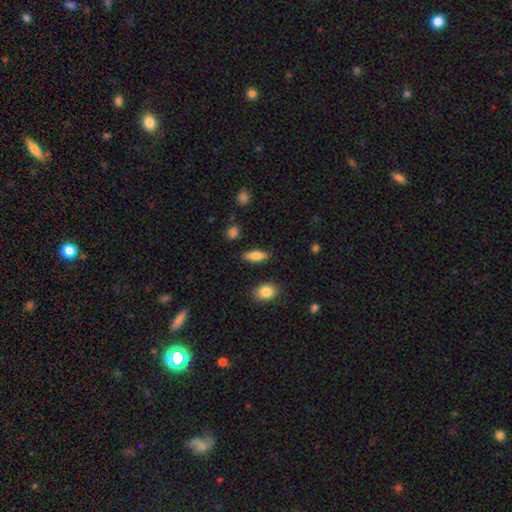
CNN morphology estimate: The model was most divided on "how rounded": in between: 71%, cigar-shaped: 26%, round: 3%. More confident: merging — none (87%); smooth or featured — smooth (83%).